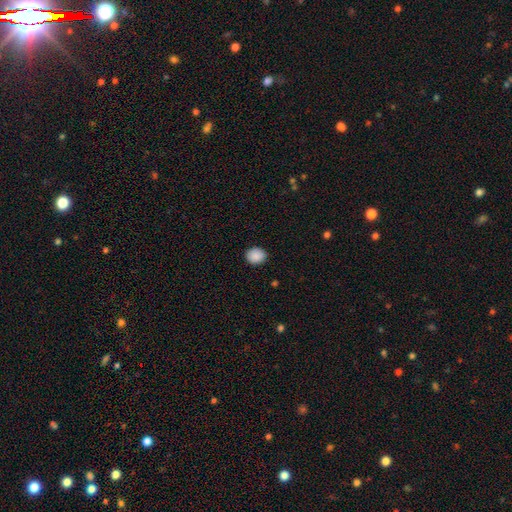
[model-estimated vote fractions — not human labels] Smooth or featured: smooth — 89% (star or artifact — 8%)
How rounded: round — 65% (in between — 34%)
Merging: none — 89% (minor disturbance — 8%)